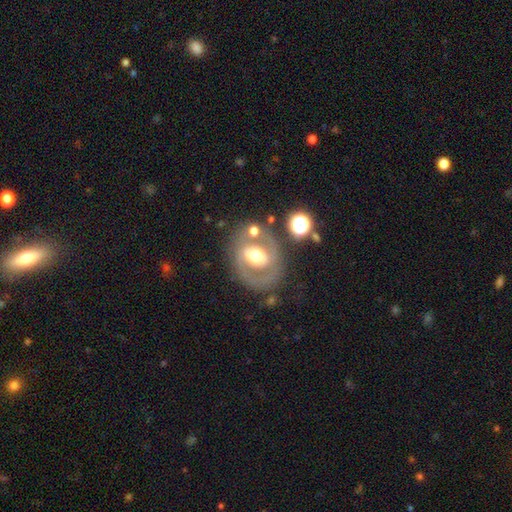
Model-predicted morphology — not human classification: This appears to be a featured or disk galaxy (65%) with no bar (40%), no spiral arms (55%) and a moderate central bulge (63%). Merging: none (66%).